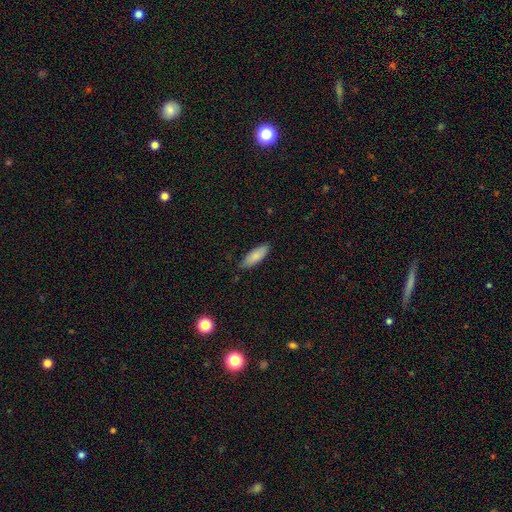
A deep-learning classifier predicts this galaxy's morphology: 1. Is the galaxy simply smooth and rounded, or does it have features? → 84% smooth, 10% featured or disk, 6% star or artifact.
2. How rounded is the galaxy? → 68% in between, 30% cigar-shaped, 2% round.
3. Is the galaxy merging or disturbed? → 81% none, 16% minor disturbance, 2% major disturbance, 1% merger.